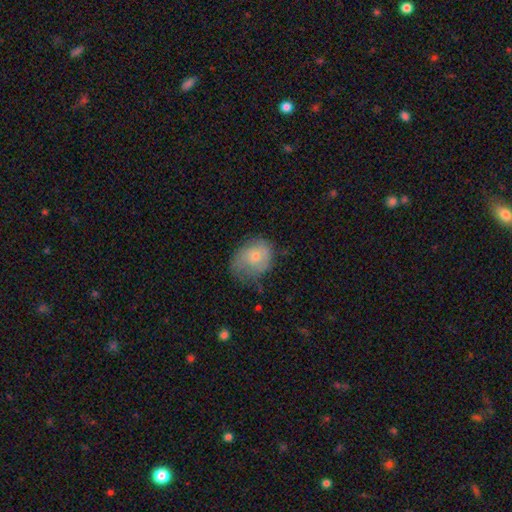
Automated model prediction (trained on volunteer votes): smooth 64%, featured or disk 27%, star or artifact 8%. Down the decision tree: how rounded — in between (50%); merging — none (42%).